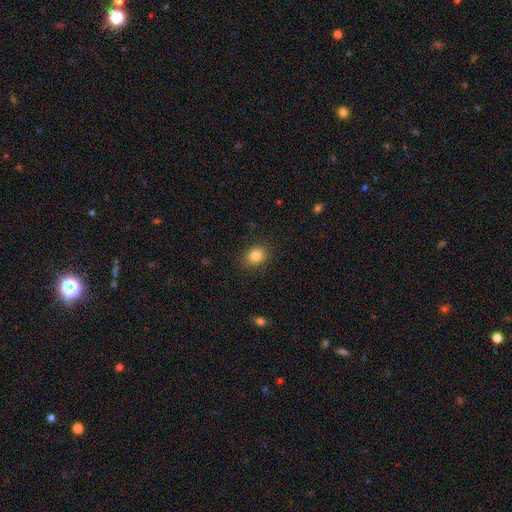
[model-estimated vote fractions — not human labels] The model was most divided on "how rounded": round: 63%, in between: 36%, cigar-shaped: 1%. More confident: merging — none (88%); smooth or featured — smooth (83%).